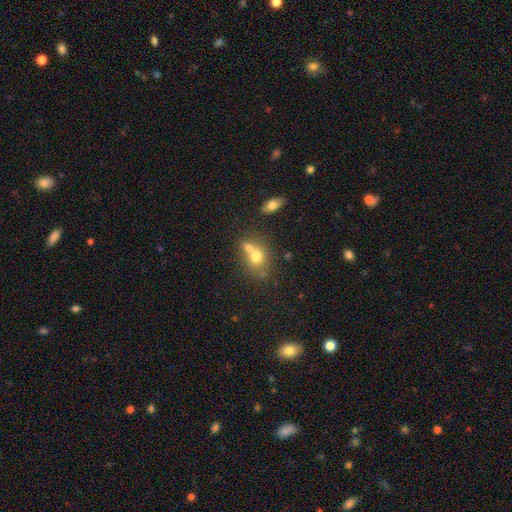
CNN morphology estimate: This appears to be a smooth galaxy with no disk features (68%) that is round (61%). Merging: merger (49%).